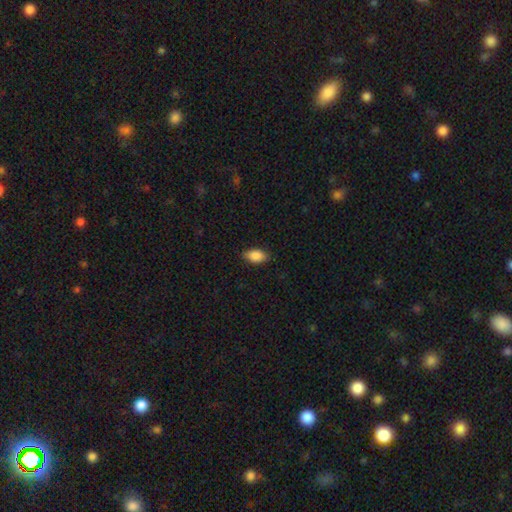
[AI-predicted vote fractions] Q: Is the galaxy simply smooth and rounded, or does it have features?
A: smooth — 87%.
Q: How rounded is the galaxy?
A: in between — 91%.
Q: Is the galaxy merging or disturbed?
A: none — 83%.